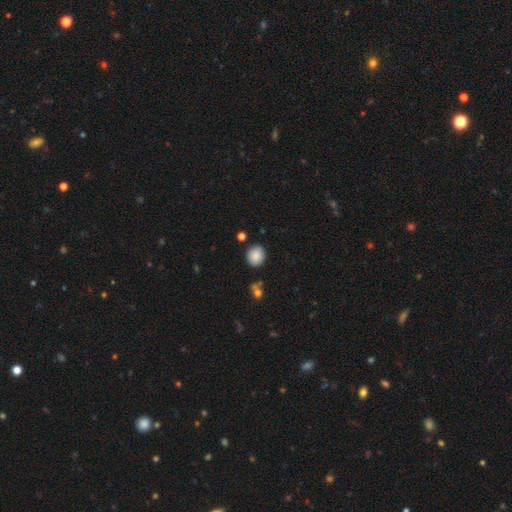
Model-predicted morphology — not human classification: smooth_or_featured: smooth (p=0.87) [alt: star or artifact p=0.08]
how_rounded: round (p=0.76) [alt: in between p=0.23]
merging: none (p=0.83) [alt: minor disturbance p=0.11]